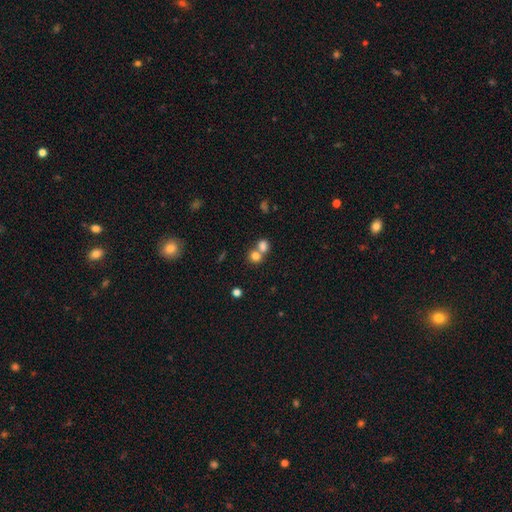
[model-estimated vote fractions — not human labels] Smooth or featured? smooth (79%)
How rounded? round (78%)
Merging? merger (53%)